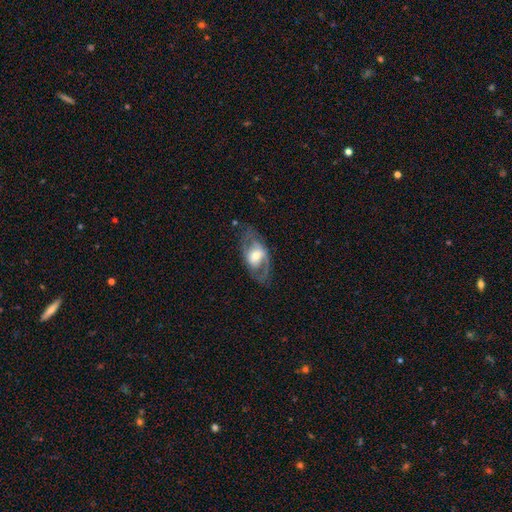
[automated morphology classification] Q: Smooth or featured?
A: featured or disk (70%); runner-up: smooth (24%)
Q: Edge-on disk?
A: no (91%); runner-up: yes (9%)
Q: Bar?
A: no (44%); runner-up: weak (37%)
Q: Spiral arms?
A: yes (71%); runner-up: no (29%)
Q: Bulge size?
A: moderate (55%); runner-up: small (22%)
Q: Merging?
A: none (66%); runner-up: minor disturbance (18%)